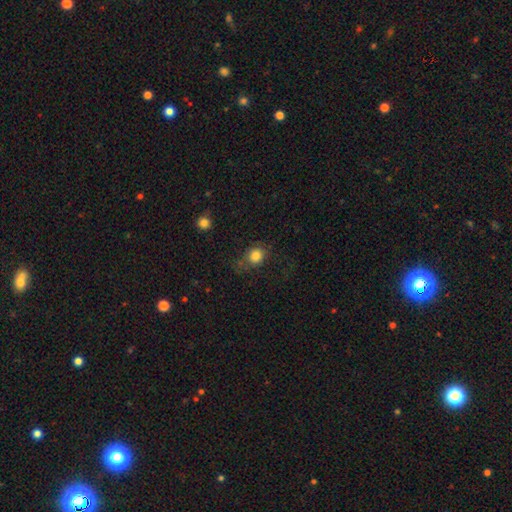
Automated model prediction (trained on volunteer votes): Smooth or featured?
  - smooth: 82% *
  - star or artifact: 10%
  - featured or disk: 8%
How rounded?
  - round: 73% *
  - in between: 26%
  - cigar-shaped: 1%
Merging?
  - none: 63% *
  - minor disturbance: 22%
  - major disturbance: 13%
  - merger: 3%